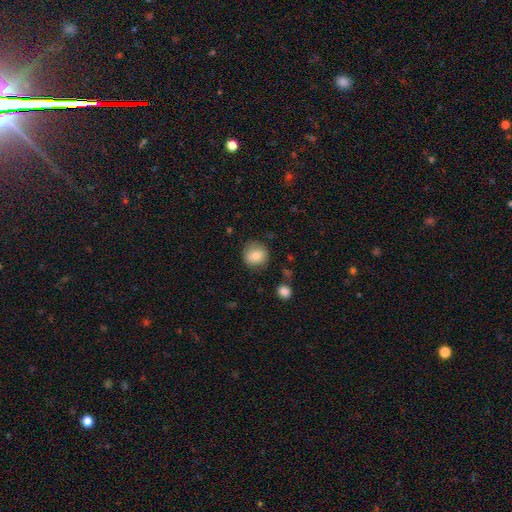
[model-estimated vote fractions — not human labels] Smooth or featured?
  - smooth: 81% *
  - featured or disk: 10%
  - star or artifact: 9%
How rounded?
  - round: 88% *
  - in between: 11%
  - cigar-shaped: 1%
Merging?
  - none: 79% *
  - minor disturbance: 15%
  - major disturbance: 4%
  - merger: 2%